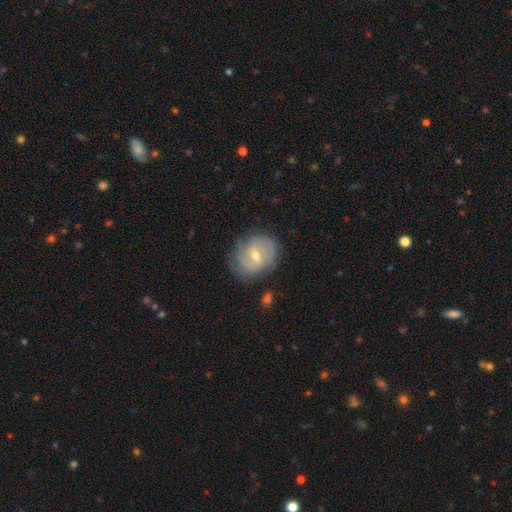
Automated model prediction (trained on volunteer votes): A featured or disk galaxy (67%) with a weak bar (54%), 2 (45%) tight (49%) spiral arms (83%) and a moderate central bulge (56%). Merging: none (77%).